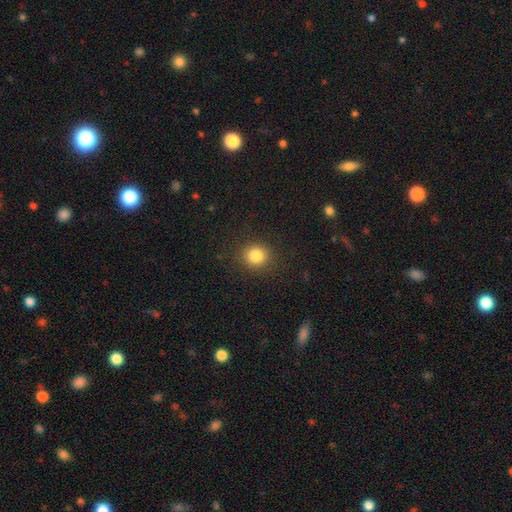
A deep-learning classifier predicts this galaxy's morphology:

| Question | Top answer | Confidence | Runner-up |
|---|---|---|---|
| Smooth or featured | smooth | 82% | star or artifact (12%) |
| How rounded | round | 88% | in between (11%) |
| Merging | none | 90% | minor disturbance (7%) |